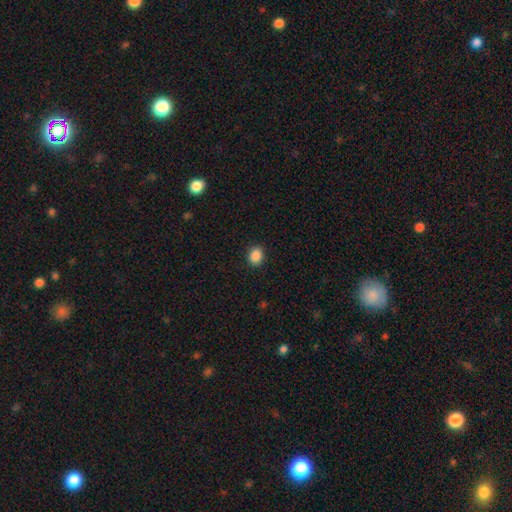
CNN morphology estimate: Overall: smooth (88%). How rounded: round (57%; in between 42%). Merging: none (90%).